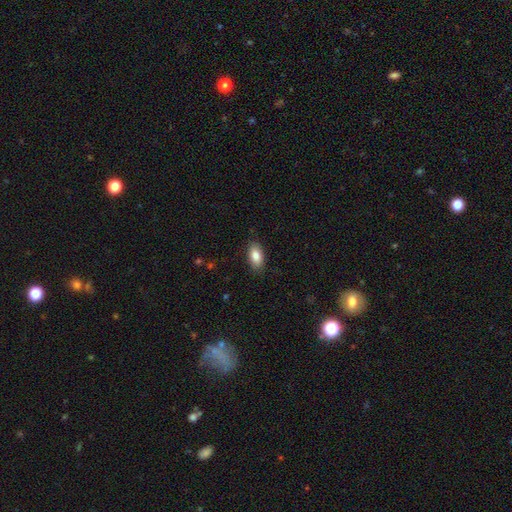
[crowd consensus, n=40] Morphology: type=smooth (85%); roundness=in between (91%); merging=none (83%).